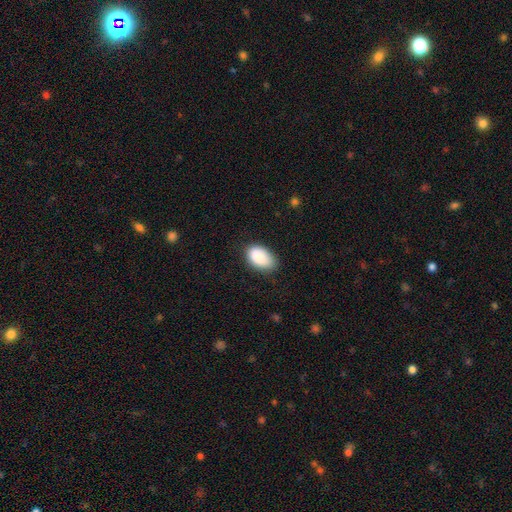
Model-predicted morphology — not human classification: smooth_or_featured: smooth (p=0.89) [alt: star or artifact p=0.06]
how_rounded: in between (p=0.92) [alt: round p=0.06]
merging: none (p=0.74) [alt: minor disturbance p=0.21]